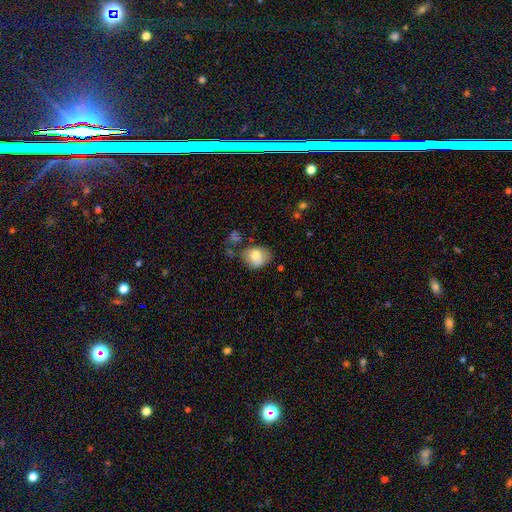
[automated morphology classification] Q: Smooth or featured?
A: smooth (75%); runner-up: featured or disk (17%)
Q: How rounded?
A: in between (53%); runner-up: round (46%)
Q: Merging?
A: none (53%); runner-up: minor disturbance (28%)